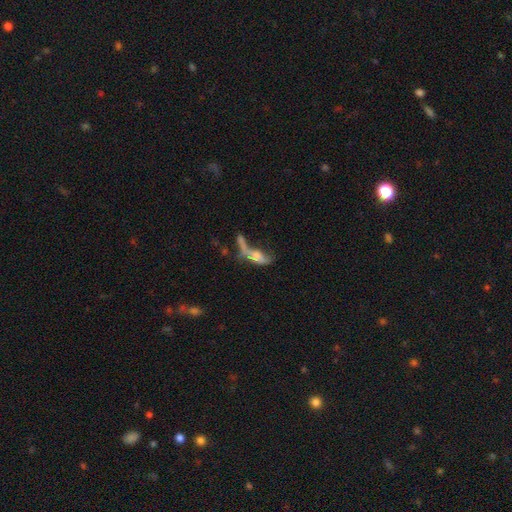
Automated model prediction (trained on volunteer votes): smooth_or_featured: smooth (p=0.45) [alt: featured or disk p=0.41]
merging: merger (p=0.39) [alt: major disturbance p=0.28]